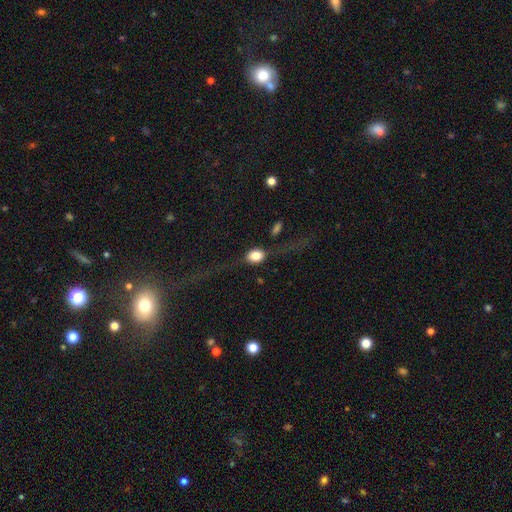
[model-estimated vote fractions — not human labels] This appears to be a smooth galaxy with no disk features (59%) that is in between round and cigar-shaped (62%). Merging: none (60%).